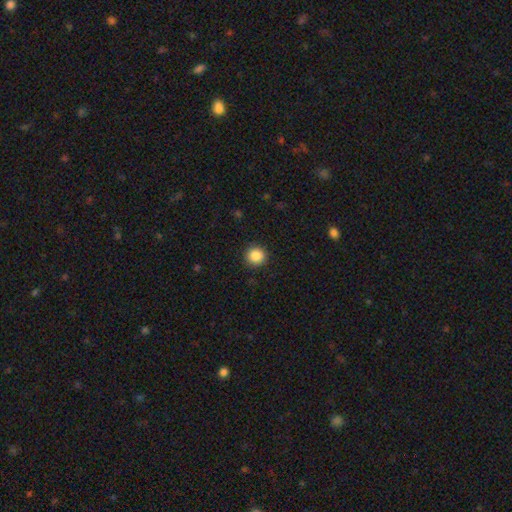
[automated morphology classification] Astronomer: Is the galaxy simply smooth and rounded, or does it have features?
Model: smooth — 87%.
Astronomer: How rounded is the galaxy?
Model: round — 94%.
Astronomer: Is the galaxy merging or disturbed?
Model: none — 92%.